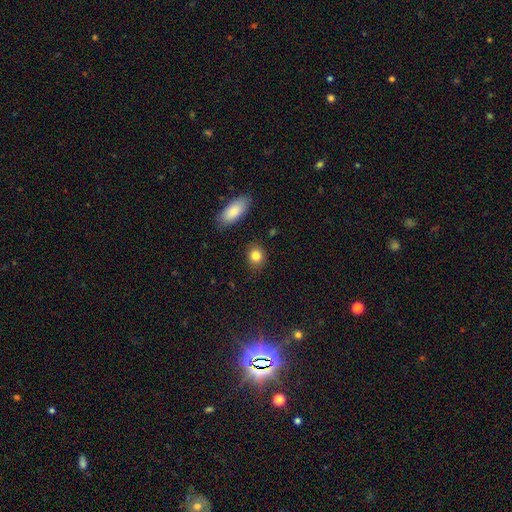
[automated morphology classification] The model was most divided on "how rounded": round: 64%, in between: 34%, cigar-shaped: 2%. More confident: merging — none (86%); smooth or featured — smooth (84%).